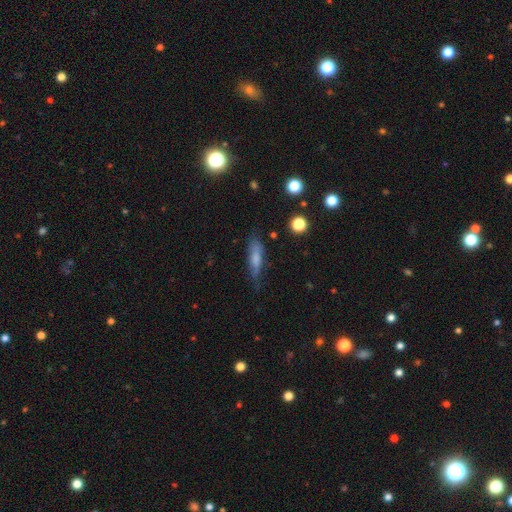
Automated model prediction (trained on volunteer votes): Overall: smooth (53%; featured or disk 34%). How rounded: cigar-shaped (65%; in between 31%). Merging: none (69%).